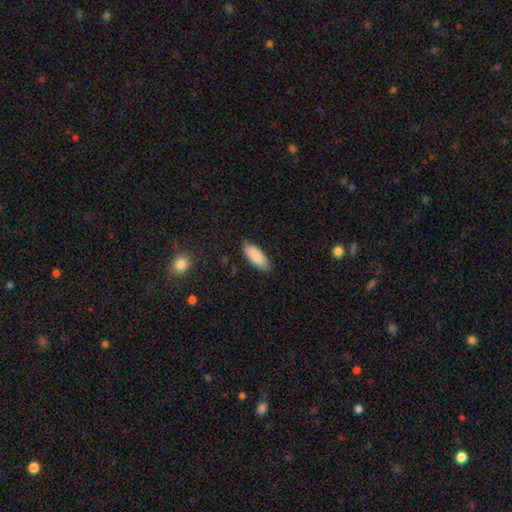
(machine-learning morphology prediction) Smooth or featured? Predicted: smooth (p=0.89). How rounded? Predicted: in between (p=0.82). Merging? Predicted: none (p=0.85).